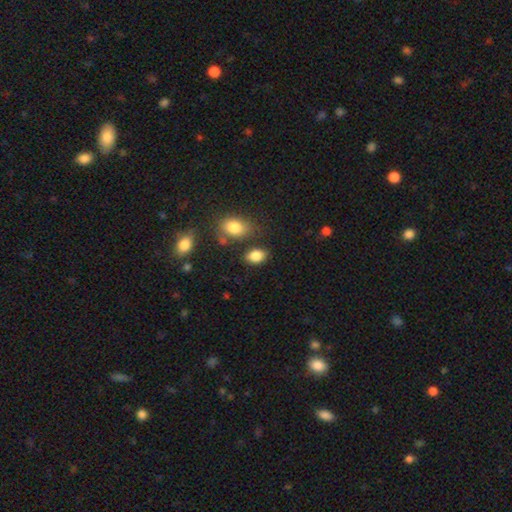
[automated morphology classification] Overall: smooth (85%). How rounded: in between (82%). Merging: none (76%).